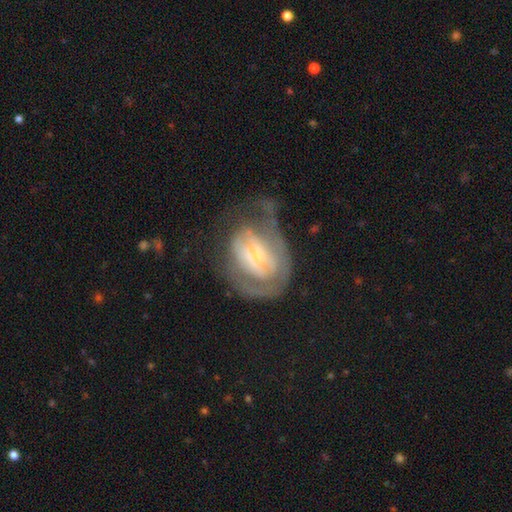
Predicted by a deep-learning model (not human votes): Overall: featured or disk (67%). Edge-on disk: no (96%). Bar: no (57%; weak 33%). Spiral arms: yes (65%; no 35%). Bulge size: small (53%; moderate 27%). Merging: major disturbance (39%; none 33%).